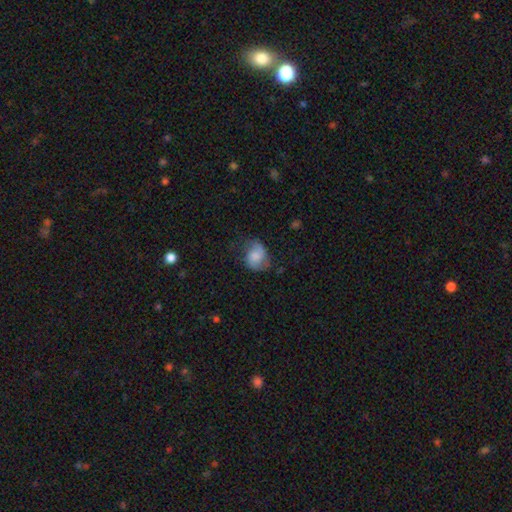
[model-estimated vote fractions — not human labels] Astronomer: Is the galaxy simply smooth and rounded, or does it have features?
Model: smooth — 58% (runner-up: featured or disk, 34%).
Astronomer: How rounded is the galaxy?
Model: in between — 50% (runner-up: round, 49%).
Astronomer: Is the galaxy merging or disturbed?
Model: none — 55%.